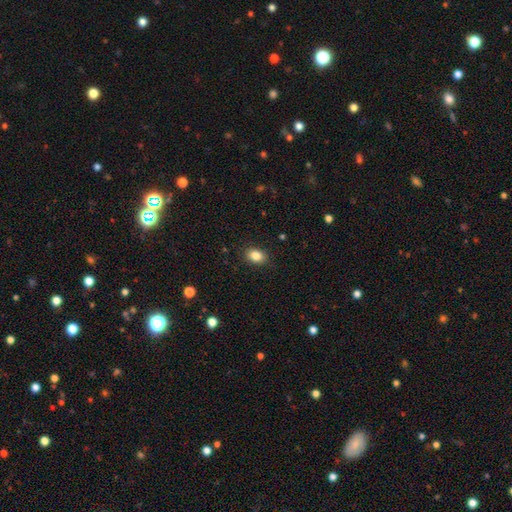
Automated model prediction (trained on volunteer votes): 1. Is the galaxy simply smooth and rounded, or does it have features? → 85% smooth, 9% star or artifact, 6% featured or disk.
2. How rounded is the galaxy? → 74% in between, 25% round, 1% cigar-shaped.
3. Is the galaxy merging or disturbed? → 88% none, 8% minor disturbance, 2% major disturbance, 1% merger.